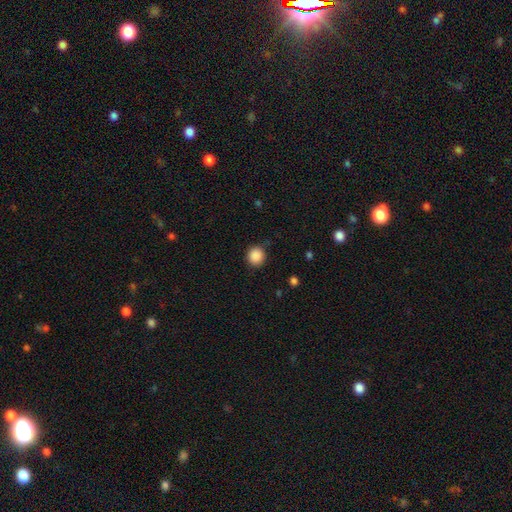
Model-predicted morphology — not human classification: smooth_or_featured: smooth (p=0.88) [alt: star or artifact p=0.09]
how_rounded: round (p=0.90) [alt: in between p=0.09]
merging: none (p=0.84) [alt: minor disturbance p=0.12]